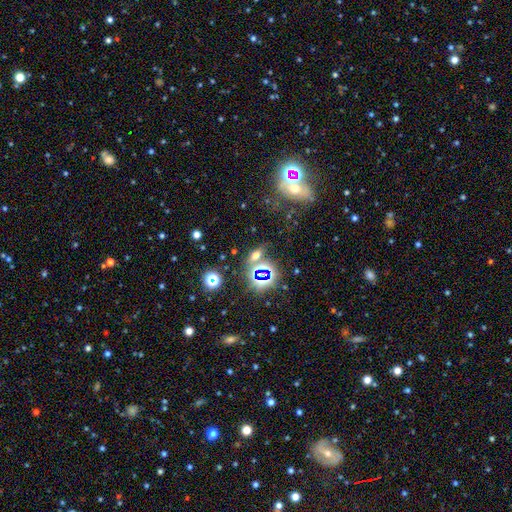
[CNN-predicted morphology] A star or artifact, not a galaxy (43%).

Vote fractions:
- Smooth or featured? star or artifact: 43% / smooth: 42% / featured or disk: 16%